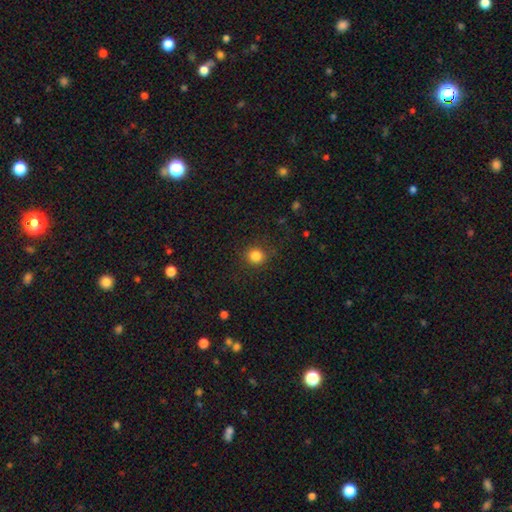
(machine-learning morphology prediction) smooth-or-featured: smooth: 84% | star or artifact: 12% | featured or disk: 4%
  how-rounded: round: 89% | in between: 10% | cigar-shaped: 1%
  merging: none: 87% | minor disturbance: 8% | major disturbance: 3% | merger: 1%